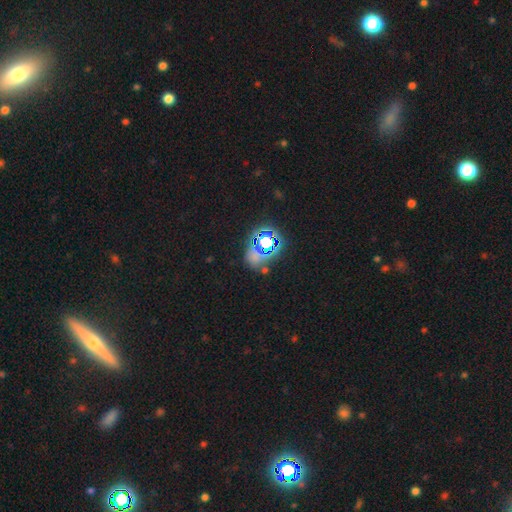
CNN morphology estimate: The model was most divided on "smooth or featured": star or artifact: 57%, smooth: 30%, featured or disk: 13%.